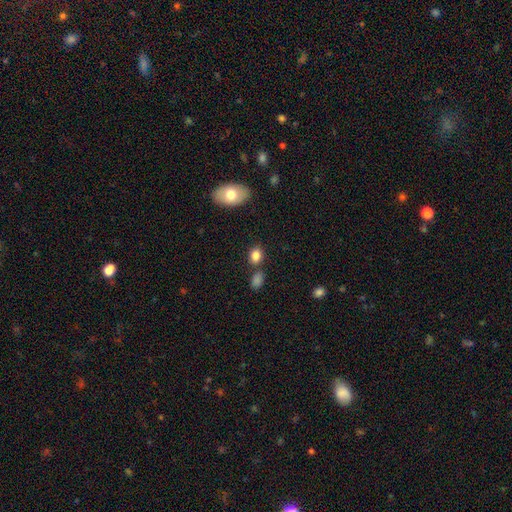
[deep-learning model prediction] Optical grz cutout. It shows a smooth galaxy with no disk features (84%) that is in between round and cigar-shaped (60%). Merging: none (71%).